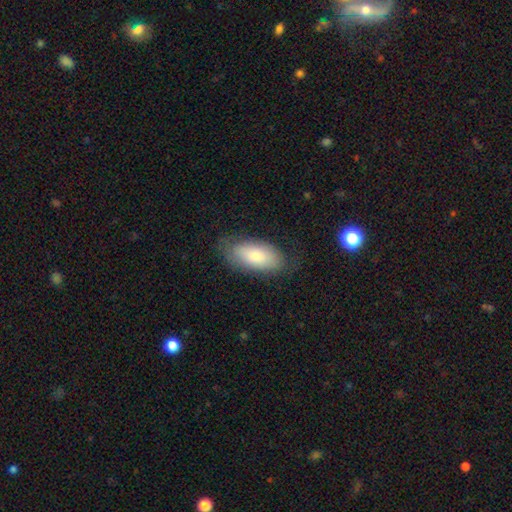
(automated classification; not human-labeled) Smooth or featured? smooth (73%)
How rounded? in between (92%)
Merging? none (74%)